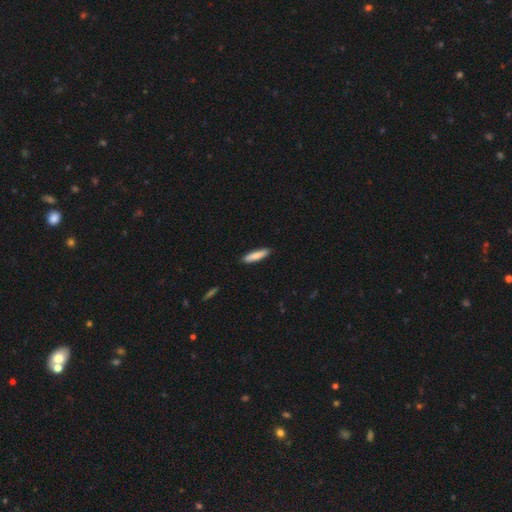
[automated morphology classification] A smooth galaxy with no disk features (85%) that is cigar-shaped (77%). Merging: none (89%).